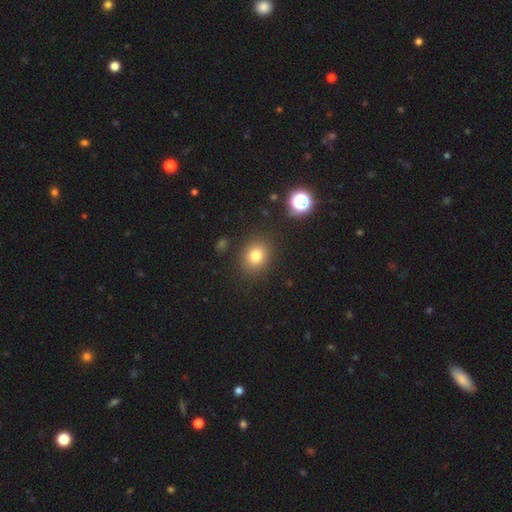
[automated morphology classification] This appears to be a smooth galaxy with no disk features (79%) that is round (60%). Merging: none (86%).